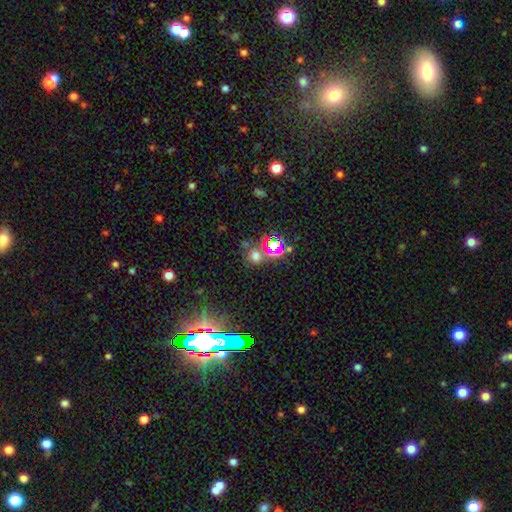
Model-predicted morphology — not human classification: Smooth or featured? smooth (55%)
How rounded? round (83%)
Merging? none (65%)